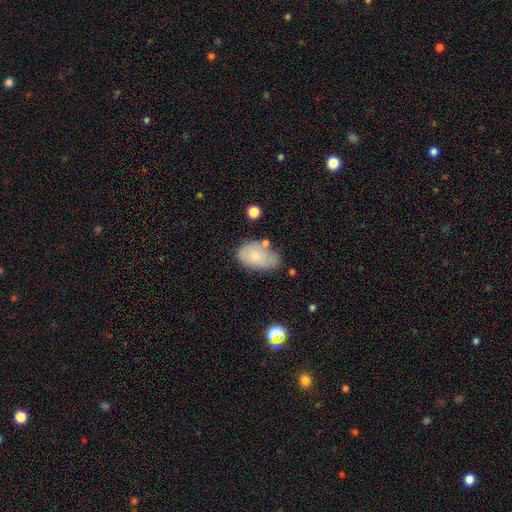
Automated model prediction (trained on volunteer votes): Morphology: type=smooth (73%); roundness=in between (91%); merging=none (54%).